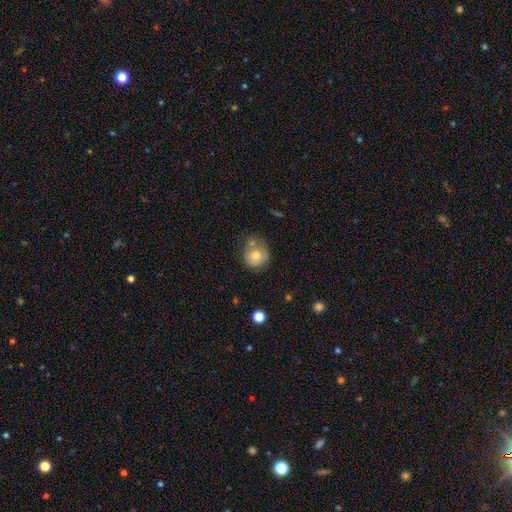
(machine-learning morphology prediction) smooth_or_featured: smooth (p=0.71) [alt: featured or disk p=0.19]
how_rounded: round (p=0.82) [alt: in between p=0.17]
merging: none (p=0.48) [alt: merger p=0.23]